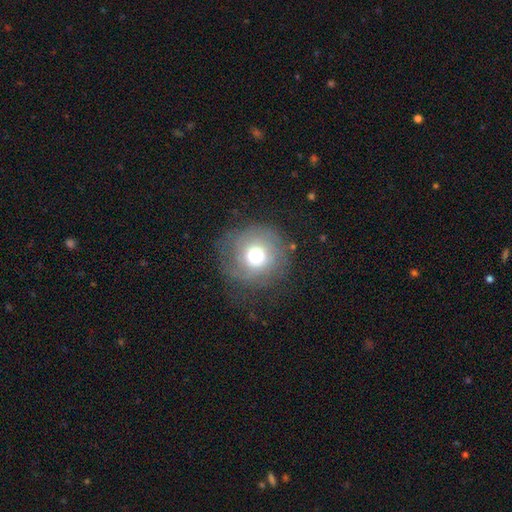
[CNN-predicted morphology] This appears to be a smooth galaxy with no disk features (46%). Merging: none (73%).